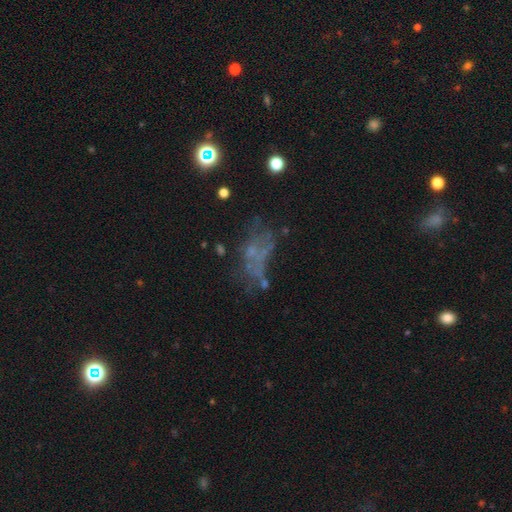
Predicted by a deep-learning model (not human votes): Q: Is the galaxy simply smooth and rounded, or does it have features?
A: featured or disk — 44%.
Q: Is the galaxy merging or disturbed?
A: none — 38%.